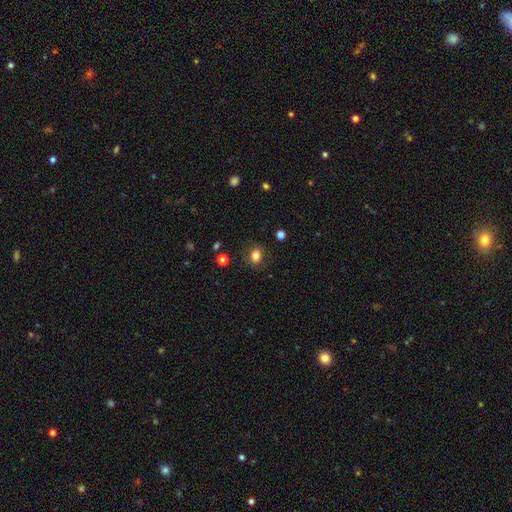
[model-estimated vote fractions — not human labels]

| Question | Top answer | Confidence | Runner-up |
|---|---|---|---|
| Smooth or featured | smooth | 80% | star or artifact (11%) |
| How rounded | in between | 50% | round (48%) |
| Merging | none | 81% | minor disturbance (13%) |